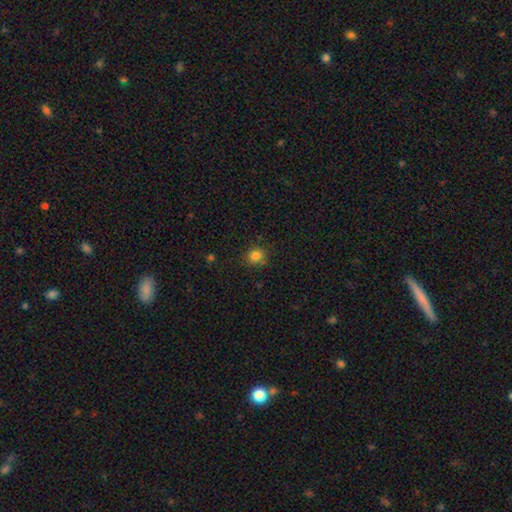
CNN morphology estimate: Overall: smooth (81%). How rounded: round (77%). Merging: none (80%).